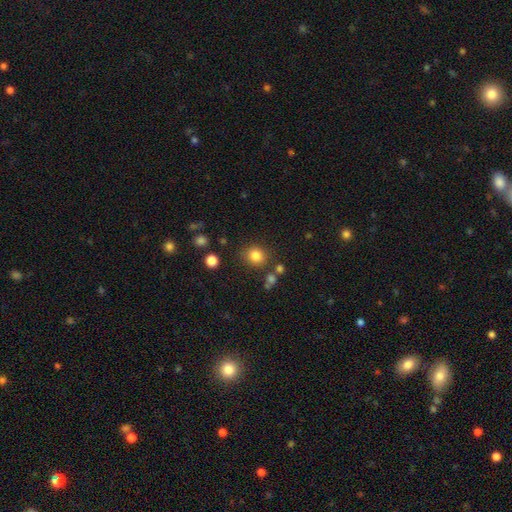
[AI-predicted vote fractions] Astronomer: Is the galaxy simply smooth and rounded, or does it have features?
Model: smooth — 82%.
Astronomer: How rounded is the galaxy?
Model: round — 77%.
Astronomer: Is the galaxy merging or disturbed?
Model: none — 81%.